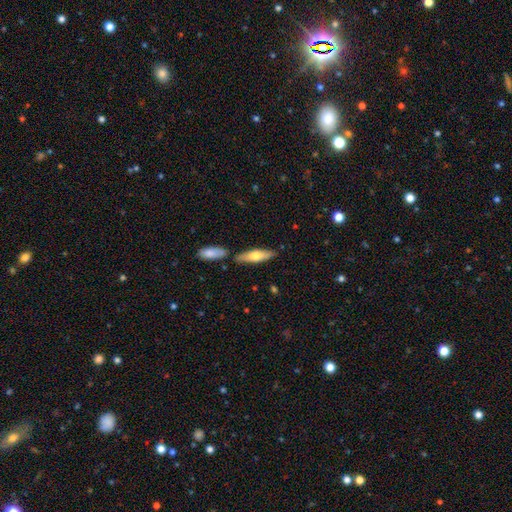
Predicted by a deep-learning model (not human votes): The model was most divided on "how rounded": cigar-shaped: 60%, in between: 38%, round: 2%. More confident: merging — none (74%); smooth or featured — smooth (60%).